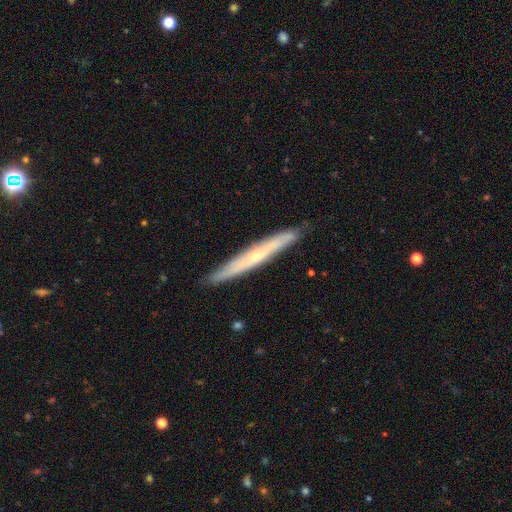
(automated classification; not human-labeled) The model was most divided on "edge-on bulge": rounded: 50%, none: 47%, boxy: 3%. More confident: edge-on disk — yes (91%); merging — none (89%); smooth or featured — featured or disk (59%).